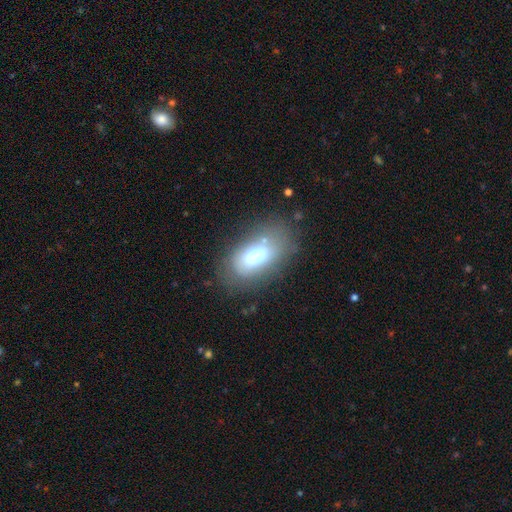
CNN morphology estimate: smooth_or_featured: smooth (p=0.66) [alt: featured or disk p=0.22]
how_rounded: in between (p=0.87) [alt: round p=0.11]
merging: none (p=0.69) [alt: minor disturbance p=0.17]